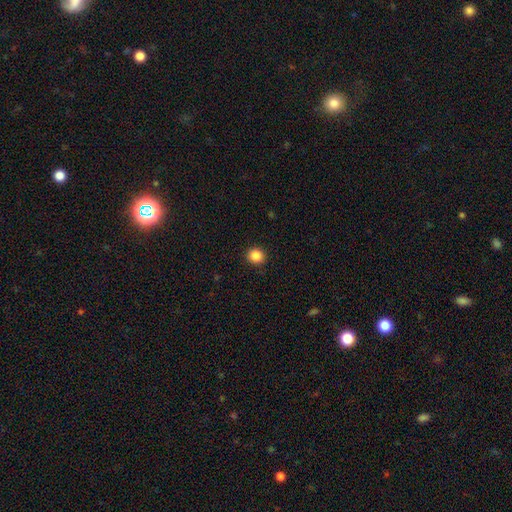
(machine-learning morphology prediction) Overall: smooth (87%). How rounded: round (86%). Merging: none (92%).